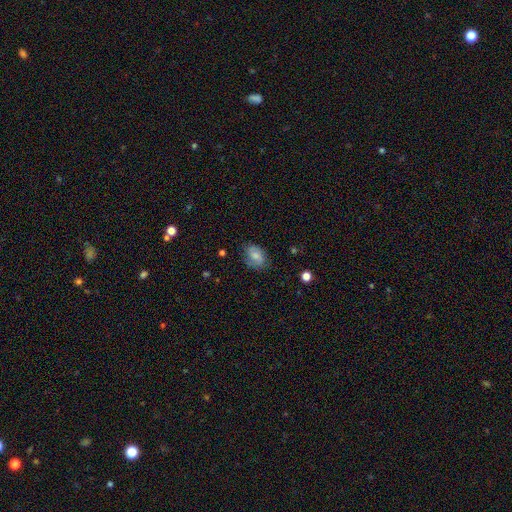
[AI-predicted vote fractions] A smooth galaxy with no disk features (61%) that is in between round and cigar-shaped (76%).

Vote fractions:
- Smooth or featured? smooth: 61% / featured or disk: 30% / star or artifact: 9%
- How rounded? in between: 76% / round: 22% / cigar-shaped: 1%
- Merging? none: 71% / minor disturbance: 21% / major disturbance: 7% / merger: 1%